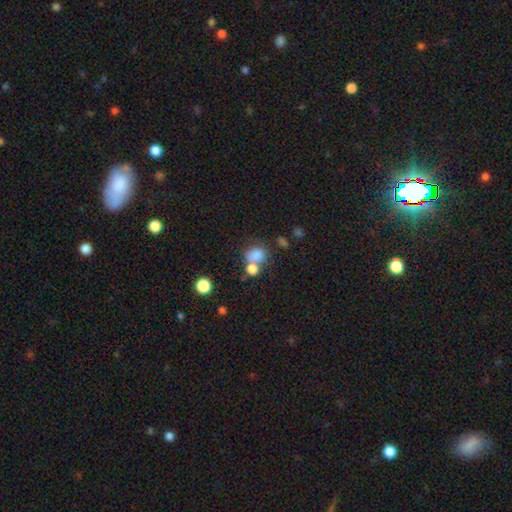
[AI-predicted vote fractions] Smooth or featured? smooth (77%)
How rounded? round (56%)
Merging? merger (42%)